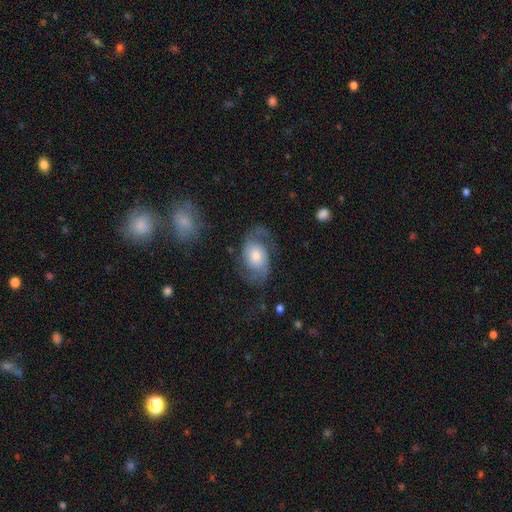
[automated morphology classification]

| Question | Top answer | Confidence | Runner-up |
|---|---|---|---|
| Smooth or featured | featured or disk | 78% | smooth (15%) |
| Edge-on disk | no | 97% | yes (3%) |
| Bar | no | 66% | weak (28%) |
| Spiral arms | yes | 94% | no (6%) |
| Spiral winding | medium | 48% | loose (32%) |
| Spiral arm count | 2 | 88% | can't tell (5%) |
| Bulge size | moderate | 53% | small (28%) |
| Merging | none | 65% | minor disturbance (18%) |